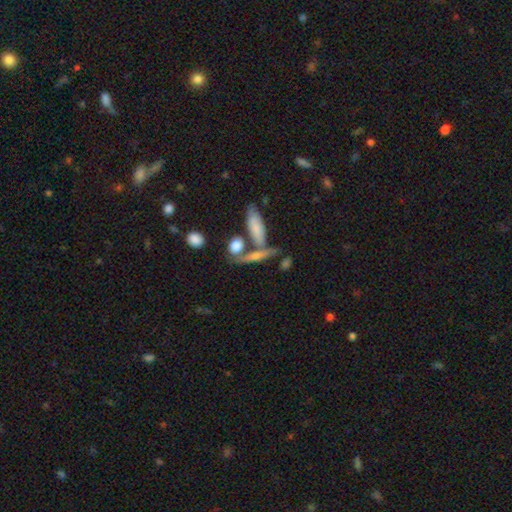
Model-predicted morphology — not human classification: Smooth or featured?
  - smooth: 48% *
  - featured or disk: 42%
  - star or artifact: 10%
Merging?
  - none: 56% *
  - merger: 26%
  - minor disturbance: 13%
  - major disturbance: 5%